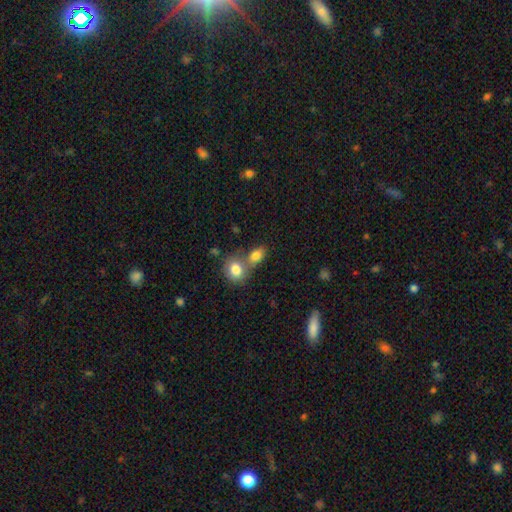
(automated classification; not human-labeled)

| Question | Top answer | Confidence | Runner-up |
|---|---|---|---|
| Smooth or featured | smooth | 81% | featured or disk (9%) |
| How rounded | in between | 74% | round (23%) |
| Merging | merger | 47% | none (40%) |